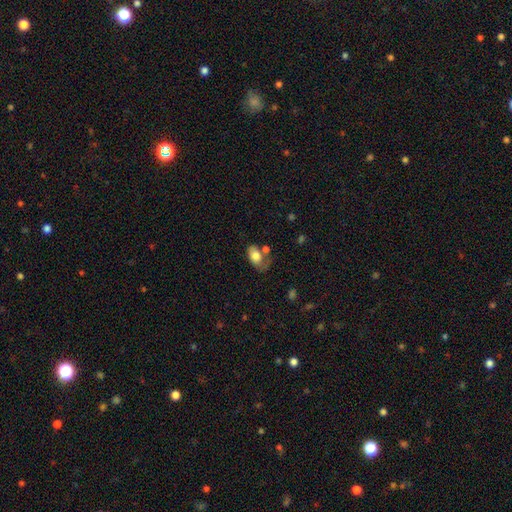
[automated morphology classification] Smooth or featured: smooth — 71% (featured or disk — 21%)
How rounded: in between — 88% (round — 10%)
Merging: none — 36% (minor disturbance — 25%)